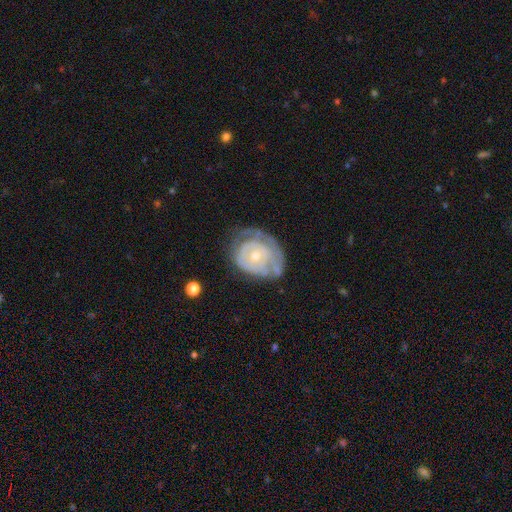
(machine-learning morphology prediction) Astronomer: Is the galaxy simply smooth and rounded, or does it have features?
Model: featured or disk — 73%.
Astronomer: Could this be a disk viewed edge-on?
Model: no — 97%.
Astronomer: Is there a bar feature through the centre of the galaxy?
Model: no — 80%.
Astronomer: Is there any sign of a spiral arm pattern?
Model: yes — 74%.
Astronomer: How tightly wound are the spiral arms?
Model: tight — 72%.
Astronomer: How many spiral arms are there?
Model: can't tell — 49%.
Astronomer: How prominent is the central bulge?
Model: small — 62%.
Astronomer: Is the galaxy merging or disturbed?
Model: none — 50% (runner-up: minor disturbance, 28%).